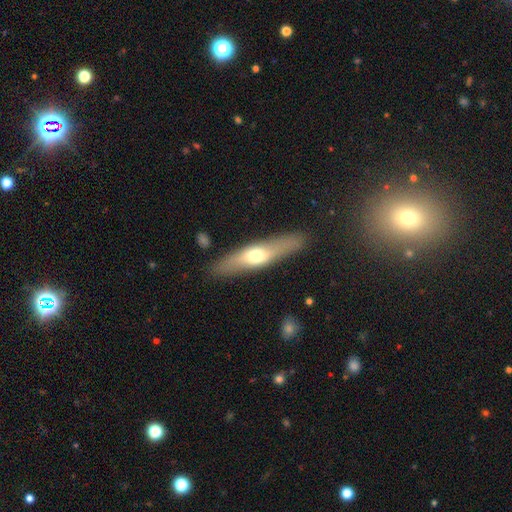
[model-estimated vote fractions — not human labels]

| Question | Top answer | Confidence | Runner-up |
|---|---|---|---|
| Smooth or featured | smooth | 48% | featured or disk (47%) |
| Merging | none | 85% | minor disturbance (10%) |